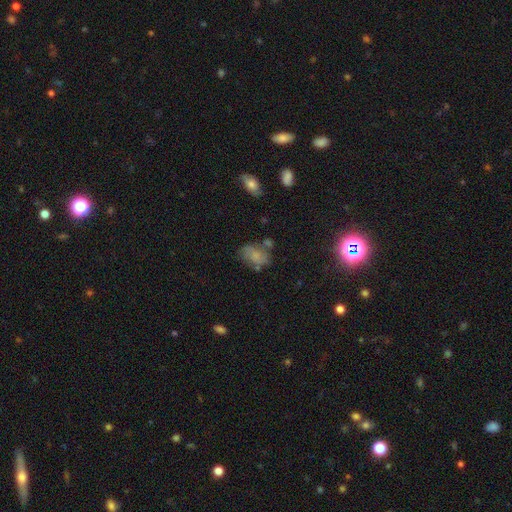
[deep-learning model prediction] The model was most divided on "merging": none: 45%, minor disturbance: 27%, major disturbance: 15%, merger: 13%. More confident: how rounded — in between (79%); smooth or featured — smooth (57%).